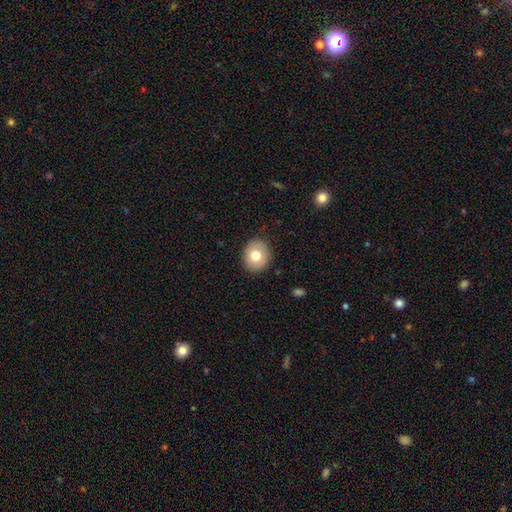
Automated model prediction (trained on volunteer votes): Overall: smooth (74%). How rounded: round (72%). Merging: none (88%).